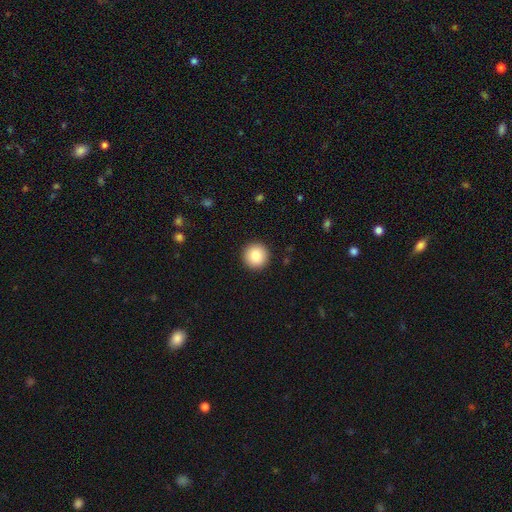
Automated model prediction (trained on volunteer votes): This appears to be a smooth galaxy with no disk features (86%) that is round (96%). Merging: none (93%).